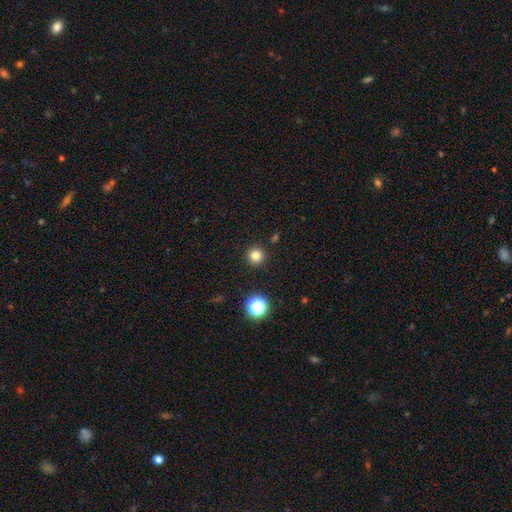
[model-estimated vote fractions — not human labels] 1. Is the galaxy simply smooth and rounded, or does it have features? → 80% smooth, 15% star or artifact, 5% featured or disk.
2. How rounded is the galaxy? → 96% round, 3% in between, 1% cigar-shaped.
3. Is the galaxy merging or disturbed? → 92% none, 5% minor disturbance, 2% major disturbance, 2% merger.